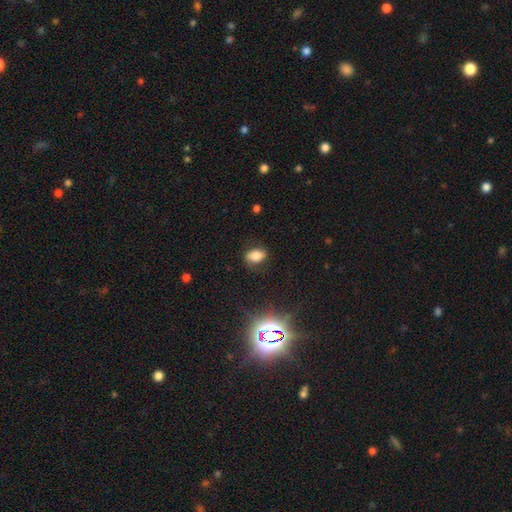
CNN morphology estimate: Smooth or featured: smooth — 71% (featured or disk — 16%)
How rounded: in between — 81% (round — 17%)
Merging: none — 74% (minor disturbance — 18%)